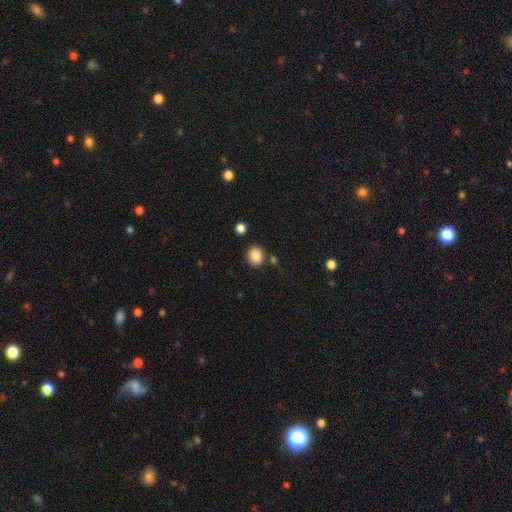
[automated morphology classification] This appears to be a smooth galaxy with no disk features (87%) that is round (54%). Merging: none (78%).